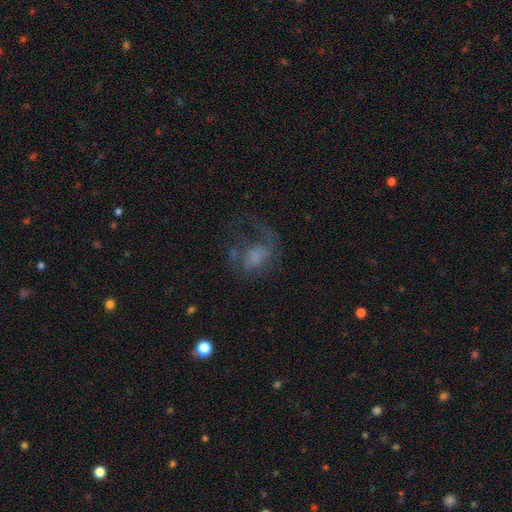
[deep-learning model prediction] A featured or disk galaxy (57%) with no bar (72%), spiral arms (60%) and no central bulge (53%). Merging: major disturbance (49%).